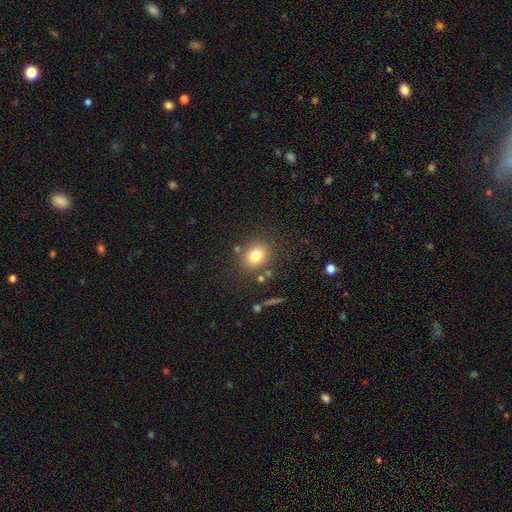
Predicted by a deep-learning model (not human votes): Overall: smooth (78%). How rounded: round (62%; in between 37%). Merging: none (79%).